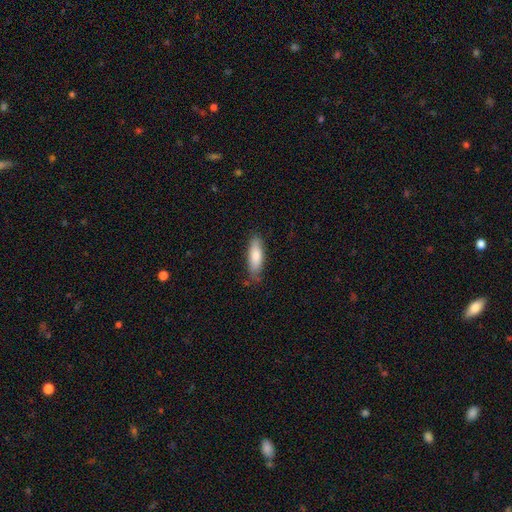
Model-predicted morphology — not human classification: A smooth galaxy with no disk features (81%) that is in between round and cigar-shaped (57%).

Vote fractions:
- Smooth or featured? smooth: 81% / featured or disk: 14% / star or artifact: 6%
- How rounded? in between: 57% / cigar-shaped: 41% / round: 2%
- Merging? none: 76% / minor disturbance: 19% / major disturbance: 3% / merger: 2%